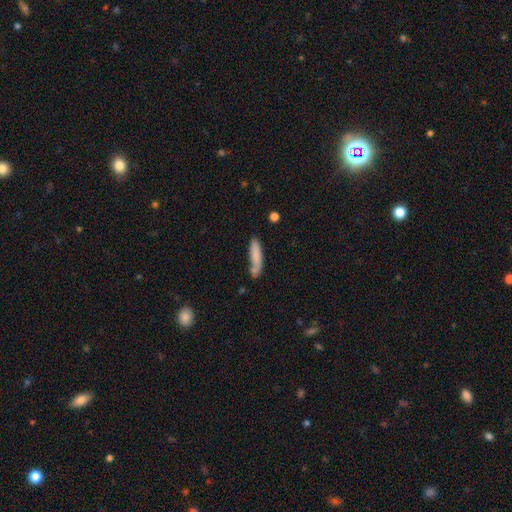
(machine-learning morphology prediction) A smooth galaxy with no disk features (79%) that is cigar-shaped (79%). Merging: none (60%).